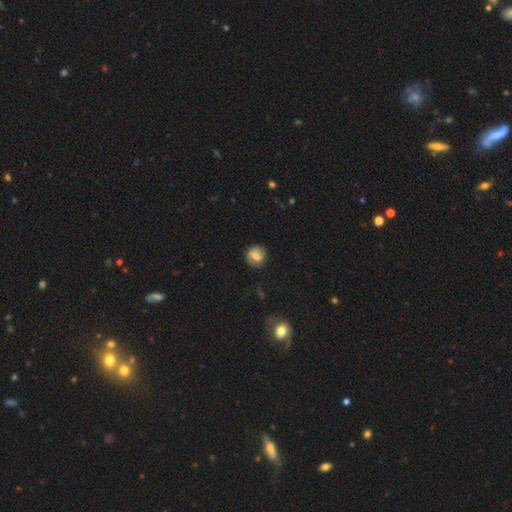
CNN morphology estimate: Smooth or featured? Predicted: smooth (p=0.61). How rounded? Predicted: round (p=0.80). Merging? Predicted: none (p=0.82).